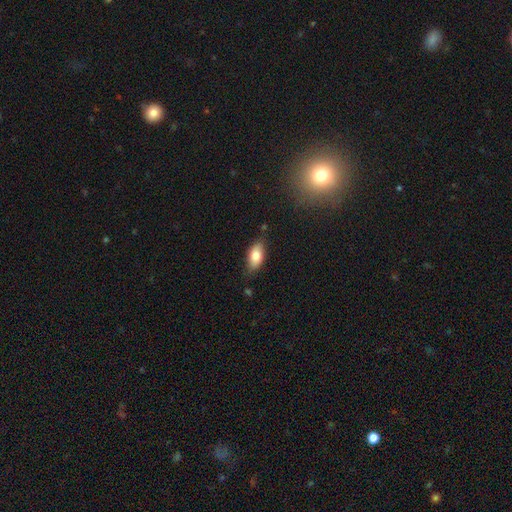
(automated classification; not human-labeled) A smooth galaxy with no disk features (79%) that is in between round and cigar-shaped (90%). Merging: none (77%).